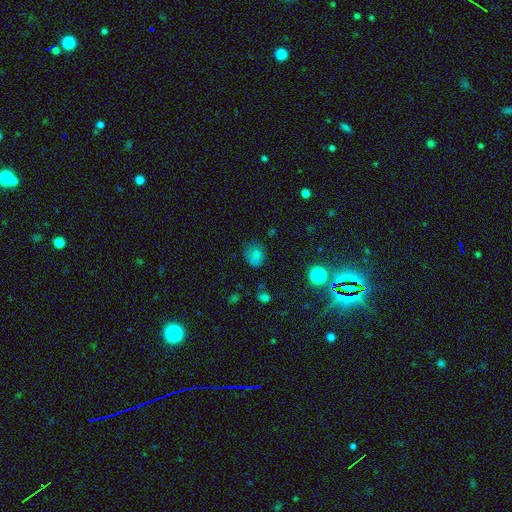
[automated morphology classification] This is likely a smooth galaxy (74%). How rounded: possibly round (57%). Merging: likely none (66%).